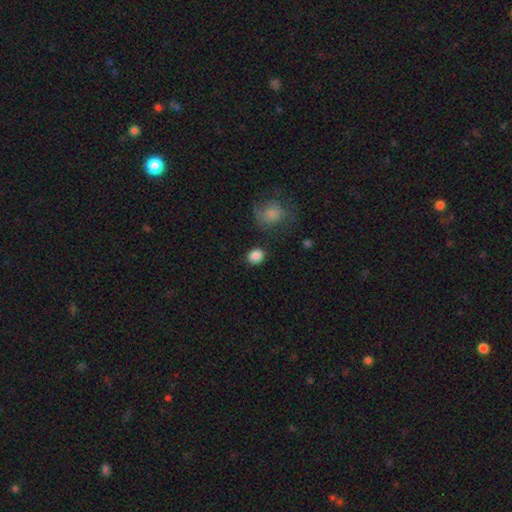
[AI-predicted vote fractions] smooth 87%, star or artifact 9%, featured or disk 4%. Down the decision tree: how rounded — round (67%); merging — none (84%).